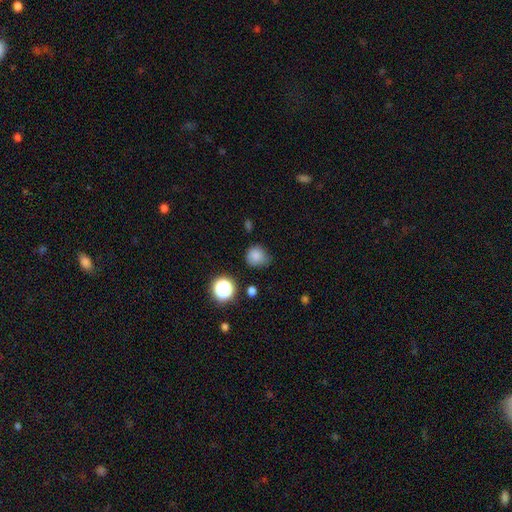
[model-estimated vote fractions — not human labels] smooth 80%, star or artifact 13%, featured or disk 6%. Down the decision tree: how rounded — round (85%); merging — none (66%).